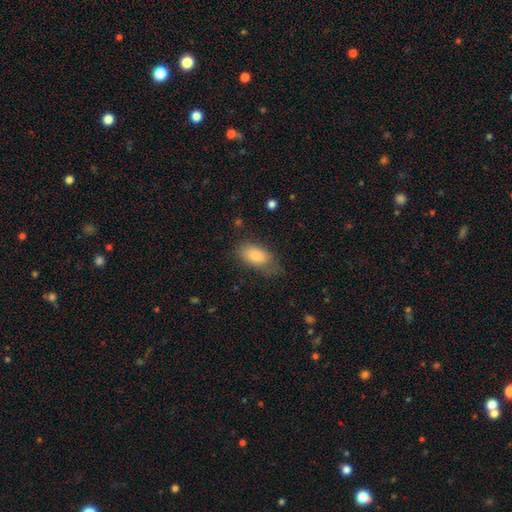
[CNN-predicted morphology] A smooth galaxy with no disk features (85%) that is in between round and cigar-shaped (91%). Merging: none (60%).